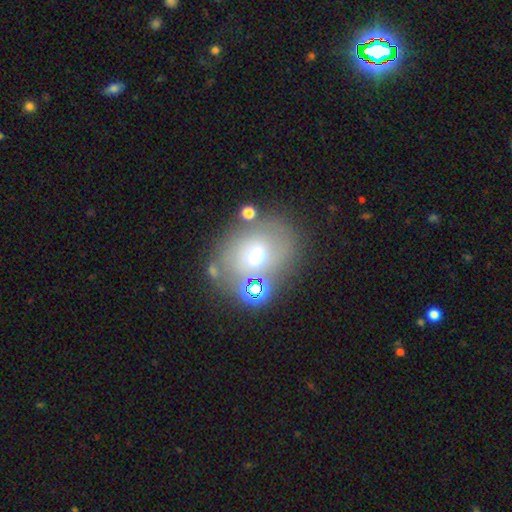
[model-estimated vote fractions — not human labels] Q: Smooth or featured?
A: smooth (59%); runner-up: featured or disk (23%)
Q: How rounded?
A: round (55%); runner-up: in between (44%)
Q: Merging?
A: none (67%); runner-up: minor disturbance (15%)